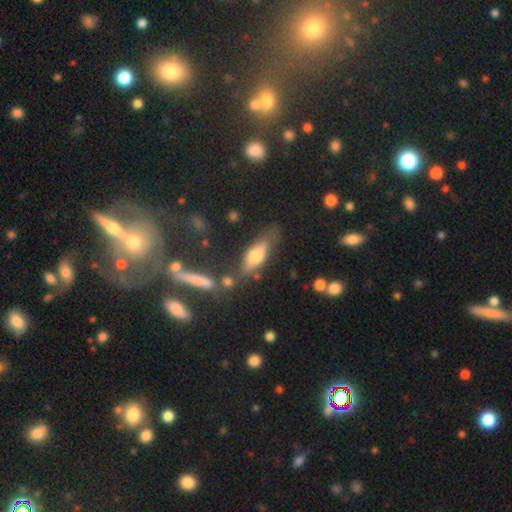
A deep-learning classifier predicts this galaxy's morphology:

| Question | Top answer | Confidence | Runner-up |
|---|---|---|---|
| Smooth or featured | smooth | 61% | featured or disk (31%) |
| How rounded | in between | 60% | cigar-shaped (37%) |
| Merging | none | 56% | minor disturbance (22%) |